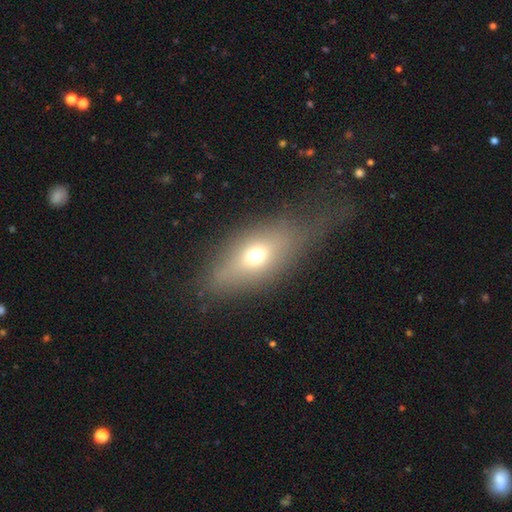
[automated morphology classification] type=smooth (59%); roundness=in between (71%); merging=none (75%).